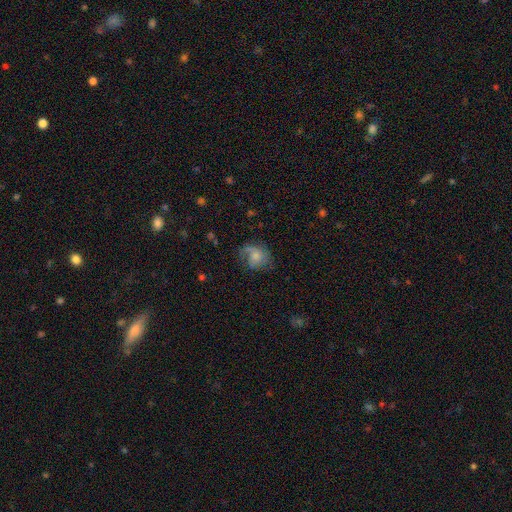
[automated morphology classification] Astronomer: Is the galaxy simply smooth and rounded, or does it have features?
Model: featured or disk — 47% (runner-up: smooth, 44%).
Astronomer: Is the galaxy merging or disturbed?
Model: none — 48% (runner-up: major disturbance, 25%).